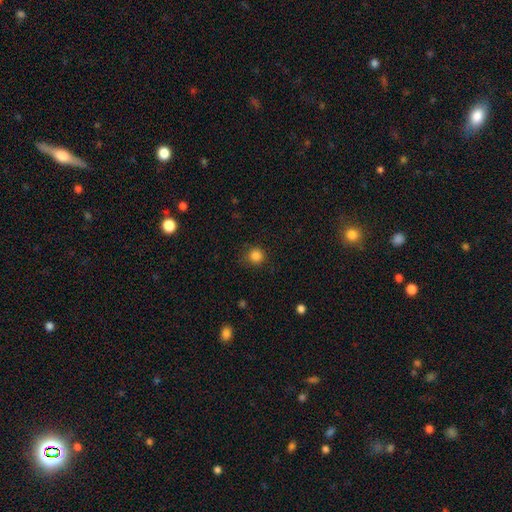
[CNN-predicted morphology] A smooth galaxy with no disk features (84%) that is round (92%). Merging: none (83%).